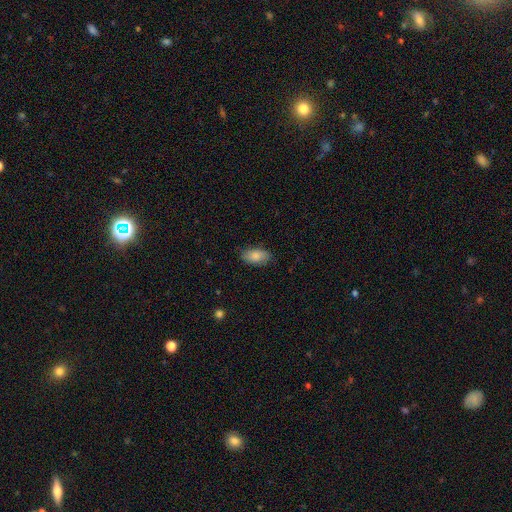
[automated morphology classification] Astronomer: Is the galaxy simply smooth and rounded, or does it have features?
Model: smooth — 84%.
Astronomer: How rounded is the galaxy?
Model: in between — 93%.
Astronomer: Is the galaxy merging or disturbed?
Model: none — 84%.